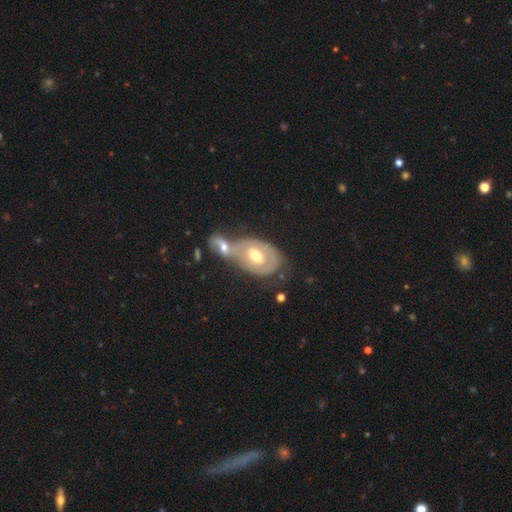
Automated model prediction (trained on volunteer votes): smooth-or-featured: featured or disk: 62% | smooth: 32% | star or artifact: 5%
  disk-edge-on: no: 93% | yes: 7%
    bar: no: 60% | weak: 30% | strong: 10%
    has-spiral-arms: no: 56% | yes: 44%
    bulge-size: moderate: 75% | large: 13% | small: 9% | dominant: 1% | none: 1%
  merging: merger: 56% | none: 25% | minor disturbance: 12% | major disturbance: 8%